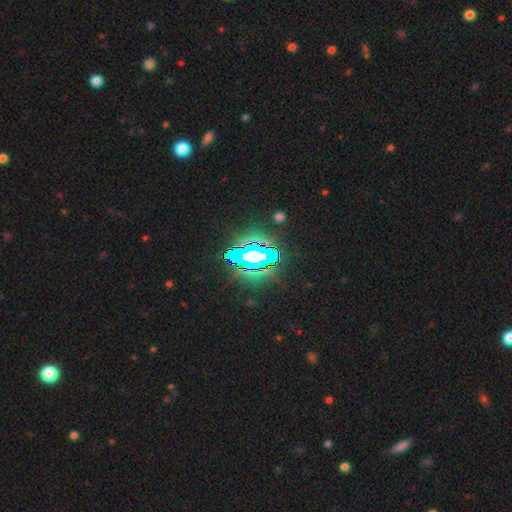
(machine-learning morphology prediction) Smooth or featured?
  - star or artifact: 69% *
  - featured or disk: 17%
  - smooth: 14%